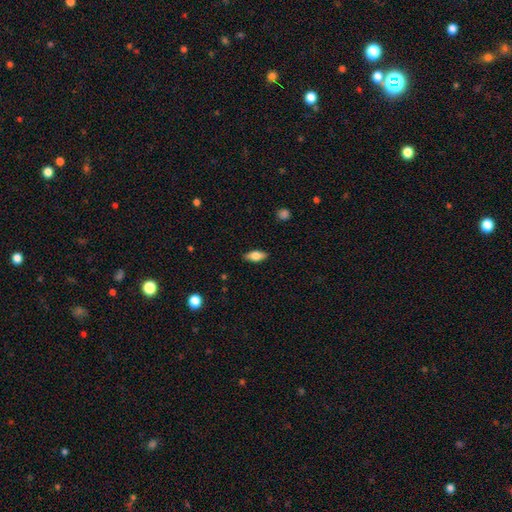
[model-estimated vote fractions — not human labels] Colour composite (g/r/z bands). It shows a smooth galaxy with no disk features (74%) that is in between round and cigar-shaped (83%). Merging: none (87%).